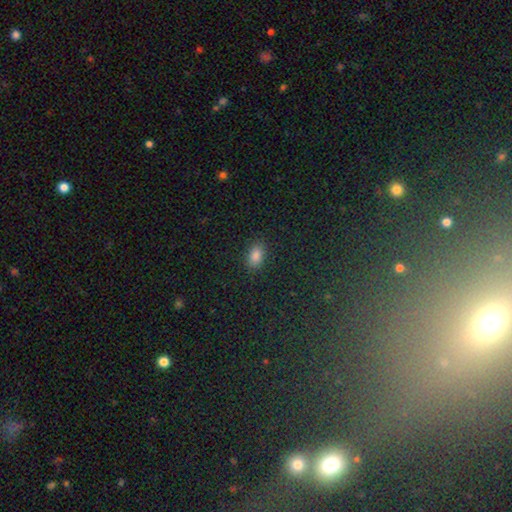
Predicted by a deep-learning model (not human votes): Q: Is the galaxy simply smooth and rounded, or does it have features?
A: smooth — 84%.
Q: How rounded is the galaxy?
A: in between — 88%.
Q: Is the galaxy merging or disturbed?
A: none — 87%.